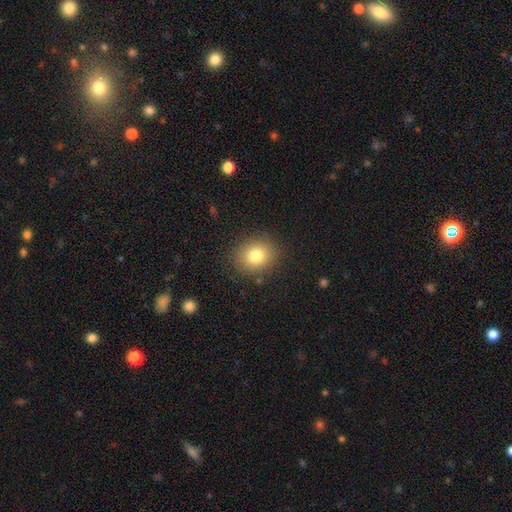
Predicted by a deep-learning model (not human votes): smooth_or_featured: smooth (p=0.79) [alt: star or artifact p=0.12]
how_rounded: round (p=0.69) [alt: in between p=0.30]
merging: none (p=0.87) [alt: minor disturbance p=0.08]